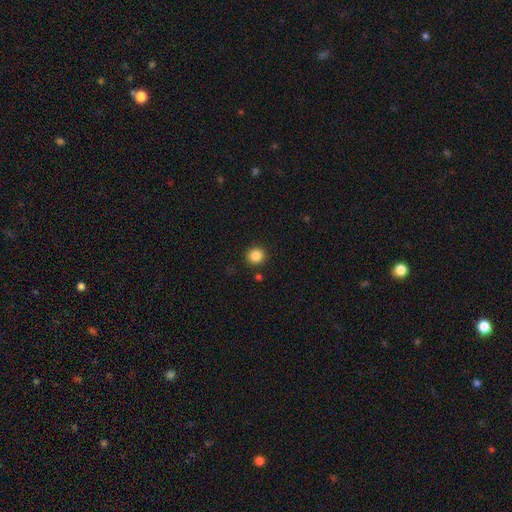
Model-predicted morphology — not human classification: Smooth or featured? smooth (86%)
How rounded? round (93%)
Merging? none (90%)